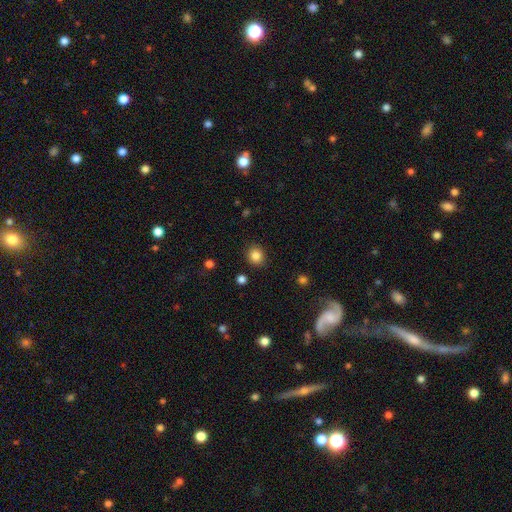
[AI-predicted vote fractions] smooth-or-featured: smooth: 84% | star or artifact: 11% | featured or disk: 5%
  how-rounded: round: 79% | in between: 20% | cigar-shaped: 1%
  merging: none: 89% | minor disturbance: 7% | major disturbance: 2% | merger: 2%